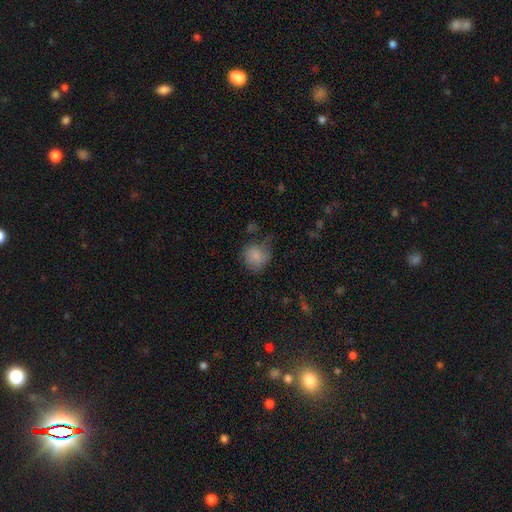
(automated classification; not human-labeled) A smooth galaxy with no disk features (77%) that is round (72%).

Vote fractions:
- Smooth or featured? smooth: 77% / featured or disk: 13% / star or artifact: 9%
- How rounded? round: 72% / in between: 27% / cigar-shaped: 1%
- Merging? none: 45% / minor disturbance: 33% / major disturbance: 18% / merger: 3%